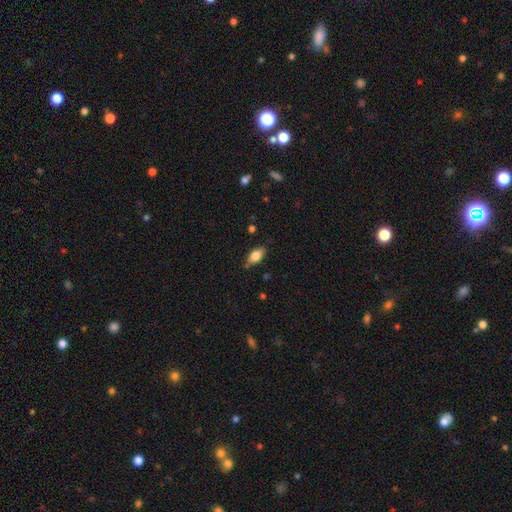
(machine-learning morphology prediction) A smooth galaxy with no disk features (76%) that is in between round and cigar-shaped (87%). Merging: none (78%).